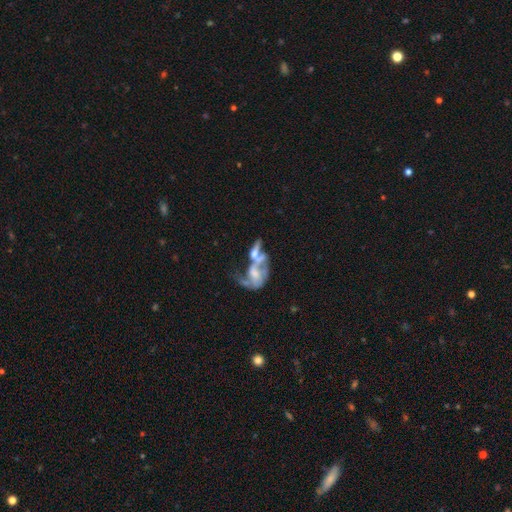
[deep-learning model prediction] A featured or disk galaxy (62%) with no bar (73%), no spiral arms (60%) and no central bulge (35%).

Vote fractions:
- Smooth or featured? featured or disk: 62% / smooth: 28% / star or artifact: 11%
- Edge-on disk? no: 93% / yes: 7%
- Bar? no: 73% / weak: 20% / strong: 7%
- Spiral arms? no: 60% / yes: 40%
- Bulge size? none: 35% / moderate: 31% / small: 22% / large: 10% / dominant: 2%
- Merging? merger: 63% / major disturbance: 20% / none: 11% / minor disturbance: 7%